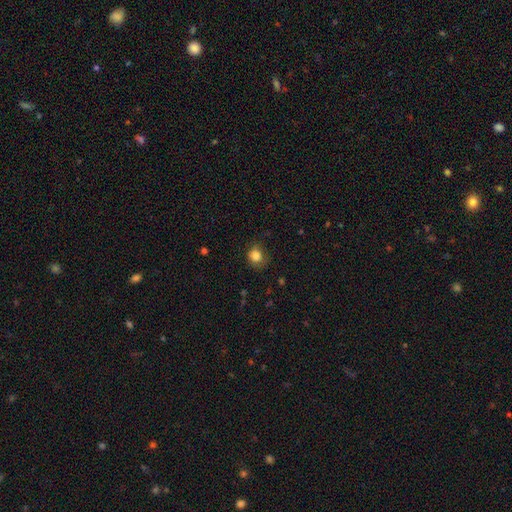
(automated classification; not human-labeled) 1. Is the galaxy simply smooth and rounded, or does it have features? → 83% smooth, 11% star or artifact, 7% featured or disk.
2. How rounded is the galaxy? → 73% round, 26% in between, 1% cigar-shaped.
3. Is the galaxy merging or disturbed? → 70% none, 22% minor disturbance, 7% major disturbance, 1% merger.